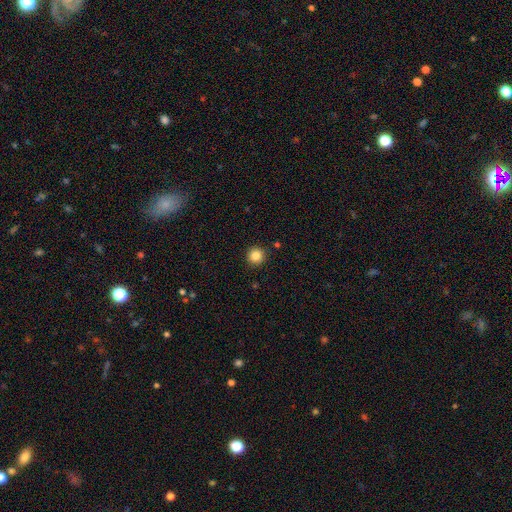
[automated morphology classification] smooth_or_featured: smooth (p=0.85) [alt: star or artifact p=0.11]
how_rounded: round (p=0.95) [alt: in between p=0.04]
merging: none (p=0.91) [alt: minor disturbance p=0.05]